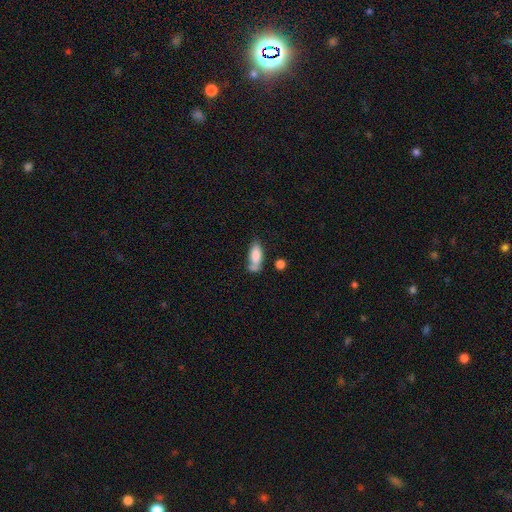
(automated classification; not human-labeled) This appears to be a smooth galaxy with no disk features (78%) that is in between round and cigar-shaped (79%). Merging: none (42%).